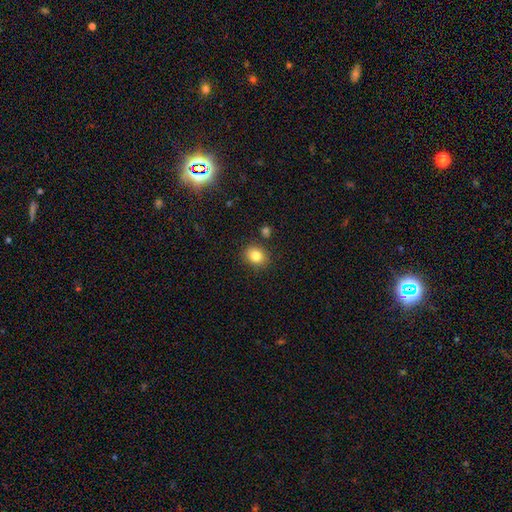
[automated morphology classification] The model was most divided on "how rounded": round: 62%, in between: 37%, cigar-shaped: 1%. More confident: merging — none (85%); smooth or featured — smooth (83%).